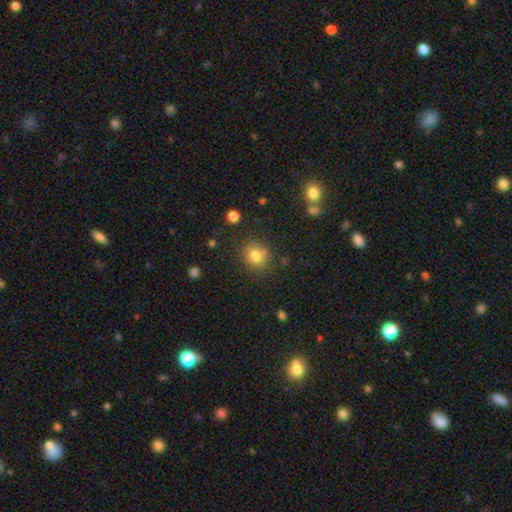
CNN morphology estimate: A smooth galaxy with no disk features (80%) that is round (75%). Merging: none (80%).